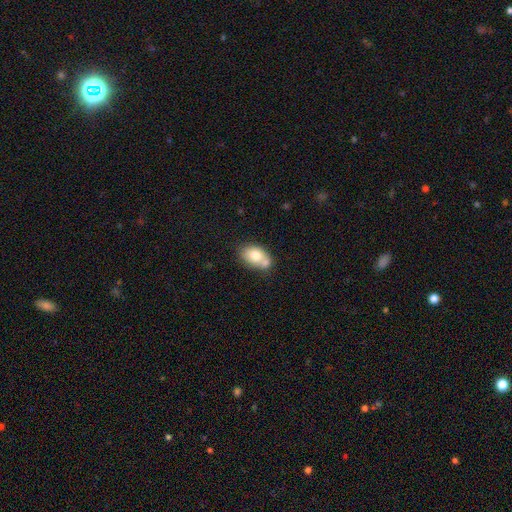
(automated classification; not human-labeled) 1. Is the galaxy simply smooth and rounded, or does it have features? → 73% smooth, 20% featured or disk, 8% star or artifact.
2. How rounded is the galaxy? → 84% in between, 15% round, 1% cigar-shaped.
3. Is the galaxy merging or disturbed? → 43% none, 35% merger, 17% minor disturbance, 5% major disturbance.